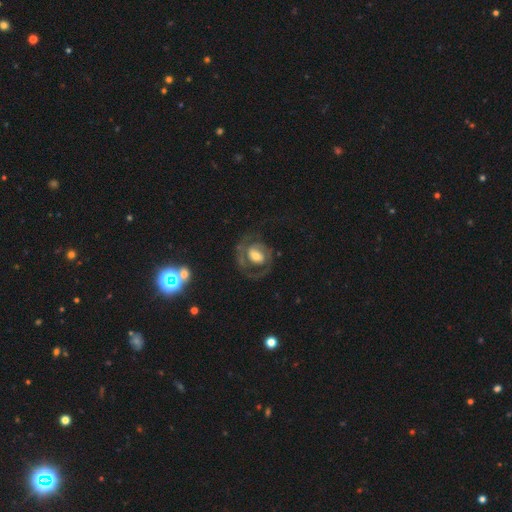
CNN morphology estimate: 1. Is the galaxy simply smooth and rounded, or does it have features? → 74% featured or disk, 20% smooth, 6% star or artifact.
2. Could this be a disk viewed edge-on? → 97% no, 3% yes.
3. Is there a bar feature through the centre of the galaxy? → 48% no, 36% weak, 16% strong.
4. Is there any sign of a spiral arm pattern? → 77% yes, 23% no.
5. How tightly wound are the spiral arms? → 42% tight (tied), 42% medium (tied), 16% loose.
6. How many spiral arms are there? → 66% 2, 14% can't tell, 12% 1, 4% 3, 2% 4, 2% more than 4.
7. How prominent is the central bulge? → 56% moderate, 21% large, 19% small, 2% dominant, 2% none.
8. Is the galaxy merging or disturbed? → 60% none, 21% major disturbance, 17% minor disturbance, 2% merger.